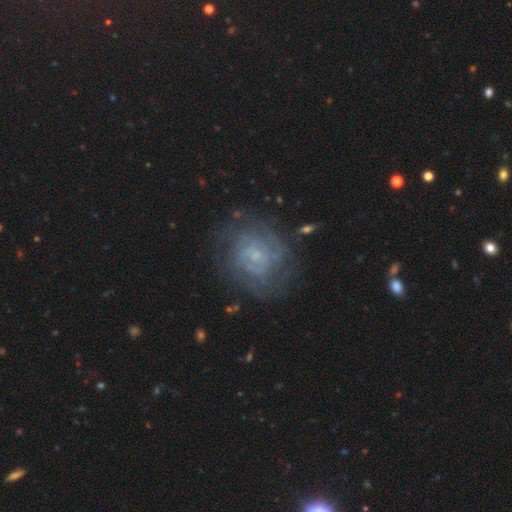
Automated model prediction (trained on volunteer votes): The model was most divided on "bar": no: 60%, weak: 35%, strong: 6%. More confident: edge-on disk — no (98%); spiral arms — yes (82%); merging — none (73%); smooth or featured — featured or disk (72%); bulge size — small (70%); spiral winding — tight (61%); spiral arm count — can't tell (53%).